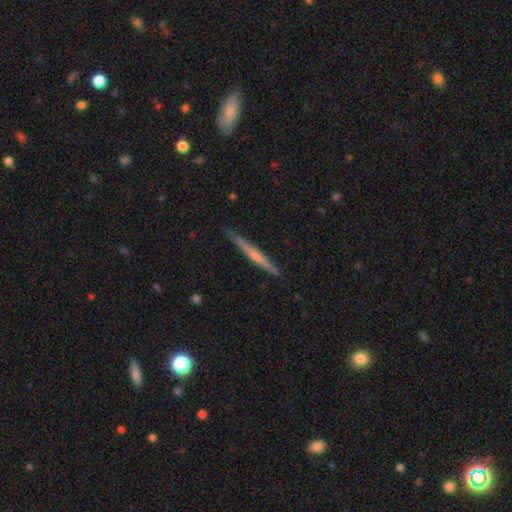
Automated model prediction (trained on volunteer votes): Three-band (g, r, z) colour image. It shows a featured or disk galaxy (52%) viewed edge-on (97%) with no central bulge (57%). Merging: none (85%).